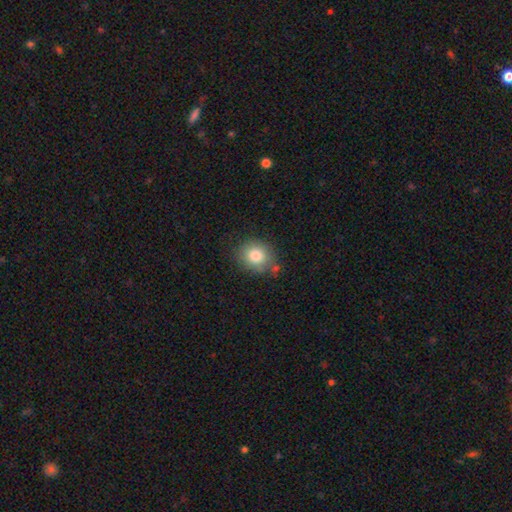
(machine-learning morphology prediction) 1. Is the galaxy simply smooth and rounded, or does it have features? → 81% smooth, 10% star or artifact, 9% featured or disk.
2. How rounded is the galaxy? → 72% round, 27% in between, 1% cigar-shaped.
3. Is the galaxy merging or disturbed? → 74% none, 17% minor disturbance, 5% merger, 4% major disturbance.